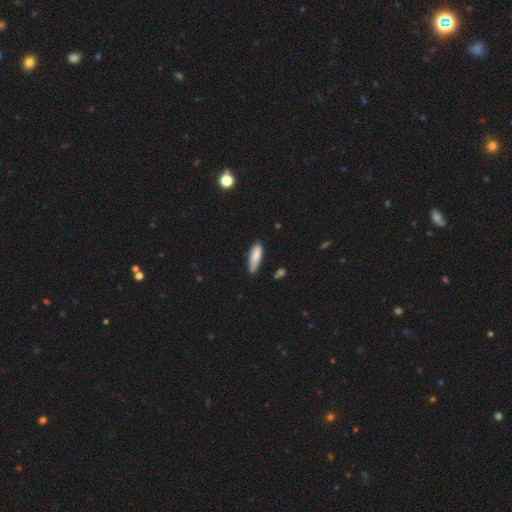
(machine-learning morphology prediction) Q: Smooth or featured?
A: smooth (84%); runner-up: featured or disk (10%)
Q: How rounded?
A: cigar-shaped (54%); runner-up: in between (45%)
Q: Merging?
A: none (70%); runner-up: minor disturbance (24%)